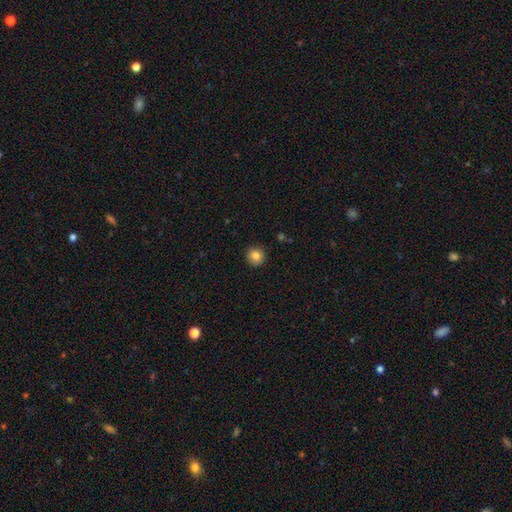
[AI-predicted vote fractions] Smooth or featured?
  - smooth: 84% *
  - star or artifact: 10%
  - featured or disk: 6%
How rounded?
  - round: 92% *
  - in between: 7%
  - cigar-shaped: 1%
Merging?
  - none: 90% *
  - minor disturbance: 7%
  - major disturbance: 2%
  - merger: 1%